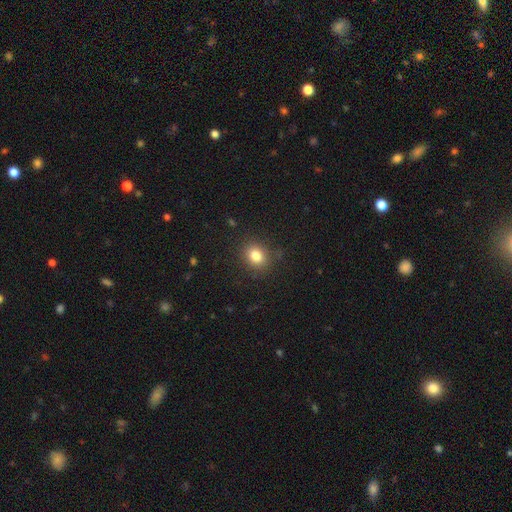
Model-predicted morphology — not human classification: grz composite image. It shows a smooth galaxy with no disk features (82%) that is round (59%). Merging: none (86%).